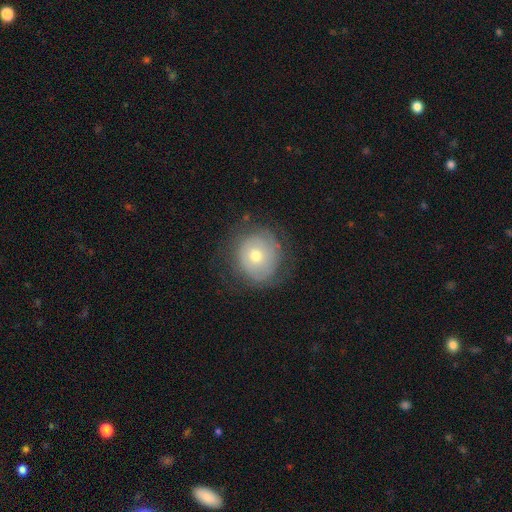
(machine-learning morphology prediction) Smooth or featured? Predicted: smooth (p=0.50). Merging? Predicted: none (p=0.70).